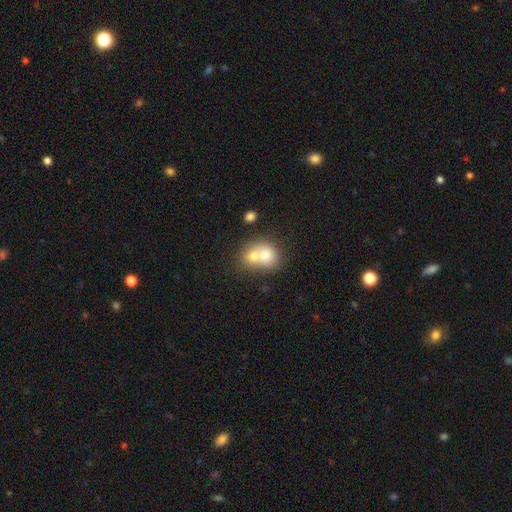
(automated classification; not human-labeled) Smooth or featured: smooth — 67% (featured or disk — 23%)
How rounded: round — 68% (in between — 31%)
Merging: merger — 68% (none — 24%)